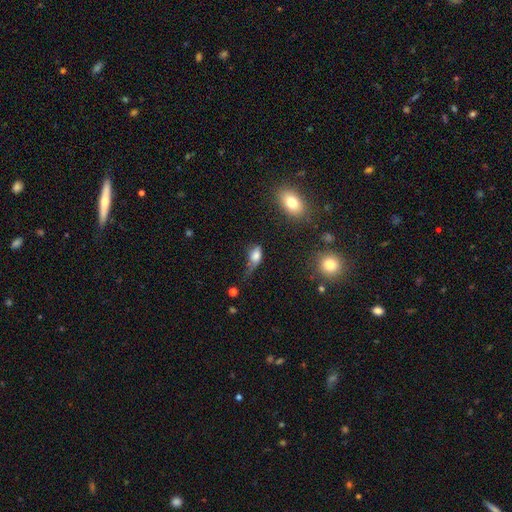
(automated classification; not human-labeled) smooth 71%, featured or disk 17%, star or artifact 12%. Down the decision tree: how rounded — in between (79%); merging — major disturbance (39%).